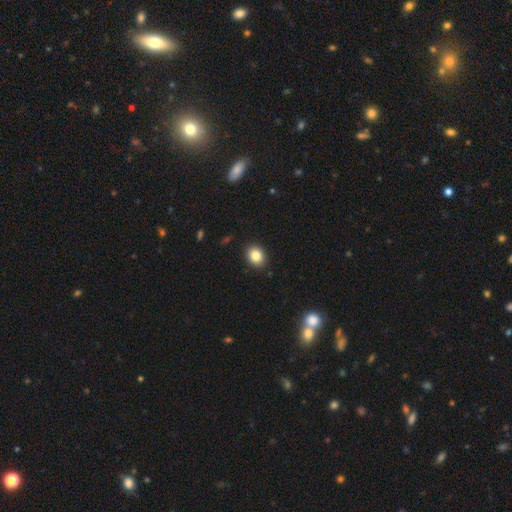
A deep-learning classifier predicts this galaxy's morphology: This is clearly a smooth galaxy (84%). How rounded: possibly round (56%). Merging: clearly none (91%).